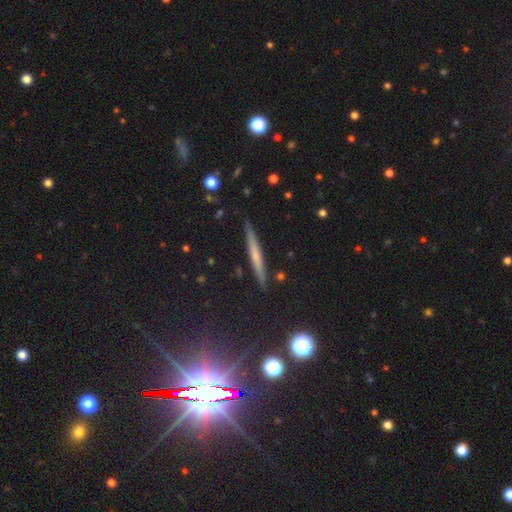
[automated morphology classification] smooth-or-featured: featured or disk: 46% | smooth: 44% | star or artifact: 11%
  merging: none: 89% | minor disturbance: 8% | merger: 2% | major disturbance: 2%